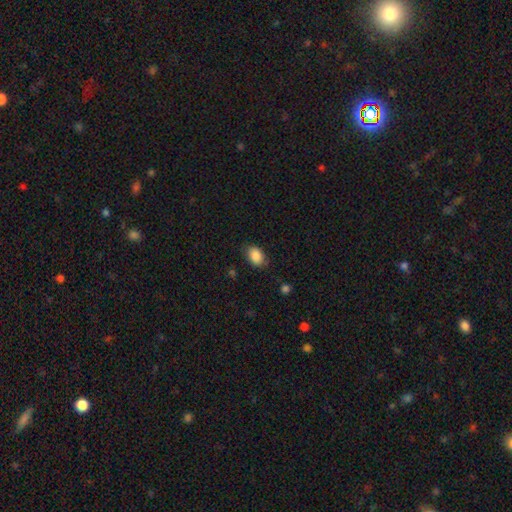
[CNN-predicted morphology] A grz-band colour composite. It shows a smooth galaxy with no disk features (87%) that is in between round and cigar-shaped (81%). Merging: none (76%).